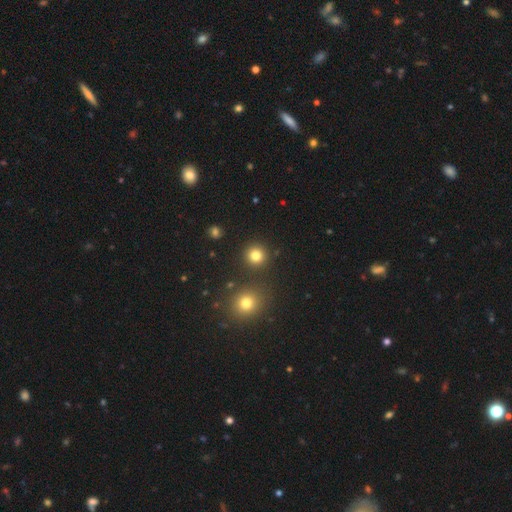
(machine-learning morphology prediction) Smooth or featured: smooth — 81% (star or artifact — 14%)
How rounded: round — 94% (in between — 5%)
Merging: none — 89% (minor disturbance — 5%)